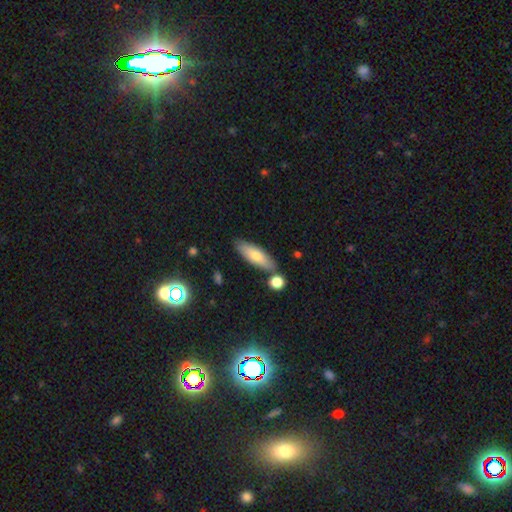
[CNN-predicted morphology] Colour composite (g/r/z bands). It shows a smooth galaxy with no disk features (73%) that is in between round and cigar-shaped (57%). Merging: none (76%).